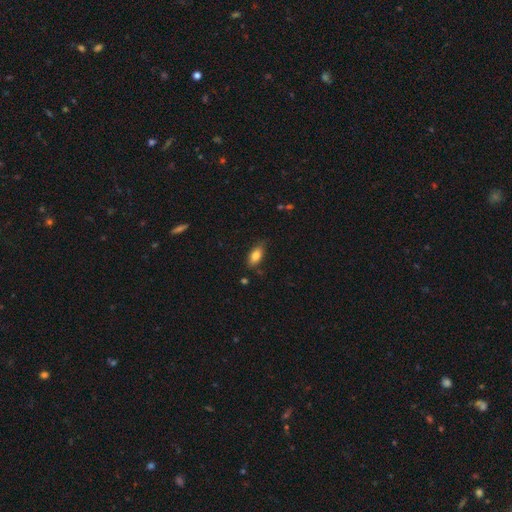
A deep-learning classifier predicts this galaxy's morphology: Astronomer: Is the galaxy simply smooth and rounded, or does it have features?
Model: smooth — 82%.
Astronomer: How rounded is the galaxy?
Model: in between — 85%.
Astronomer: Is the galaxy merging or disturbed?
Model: none — 76%.